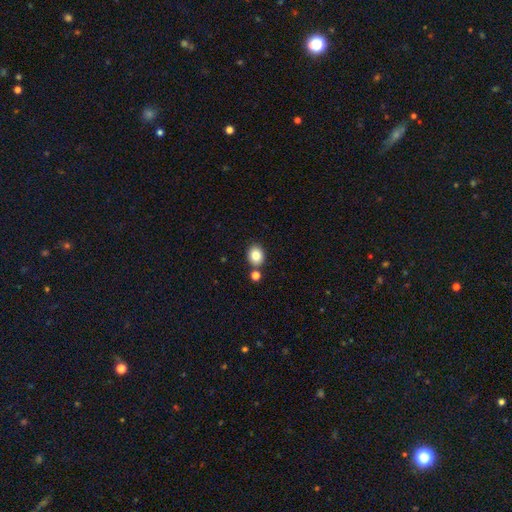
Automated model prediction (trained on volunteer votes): Smooth or featured: smooth — 84% (star or artifact — 10%)
How rounded: round — 61% (in between — 39%)
Merging: none — 78% (merger — 11%)